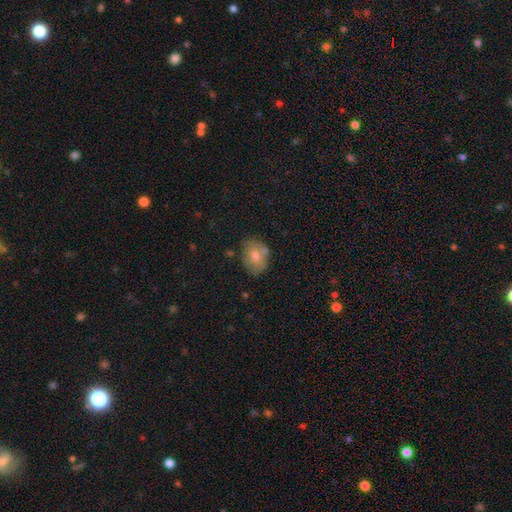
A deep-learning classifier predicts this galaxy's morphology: Smooth or featured? smooth (64%)
How rounded? in between (60%)
Merging? none (67%)